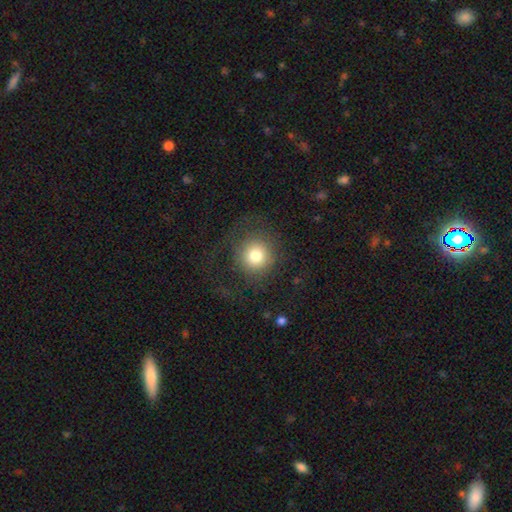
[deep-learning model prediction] A smooth galaxy with no disk features (76%) that is round (93%). Merging: none (74%).